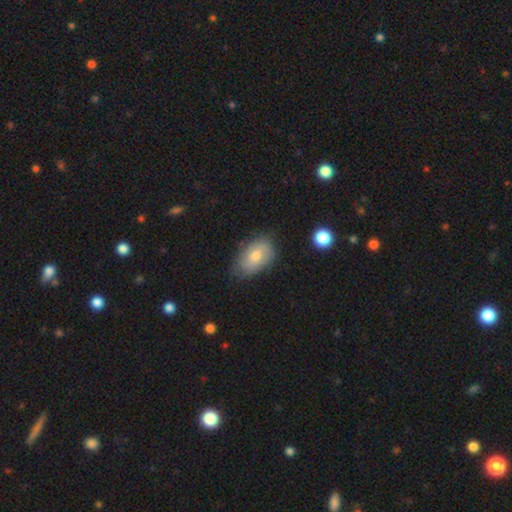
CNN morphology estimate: smooth-or-featured: smooth: 63% | featured or disk: 30% | star or artifact: 7%
  how-rounded: in between: 90% | round: 9% | cigar-shaped: 2%
  merging: none: 65% | minor disturbance: 28% | major disturbance: 6% | merger: 2%